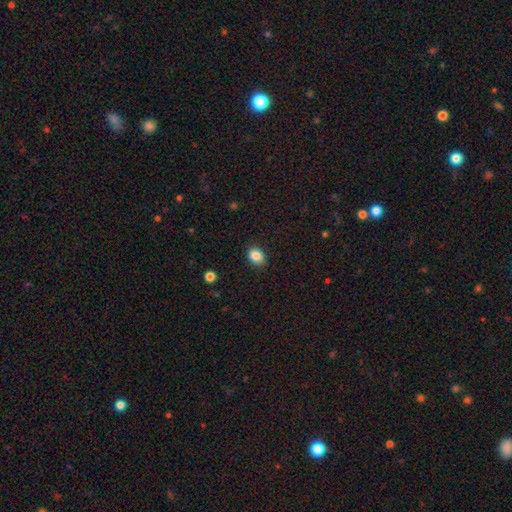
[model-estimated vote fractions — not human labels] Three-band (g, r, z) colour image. It shows a smooth galaxy with no disk features (87%) that is in between round and cigar-shaped (64%). Merging: none (87%).